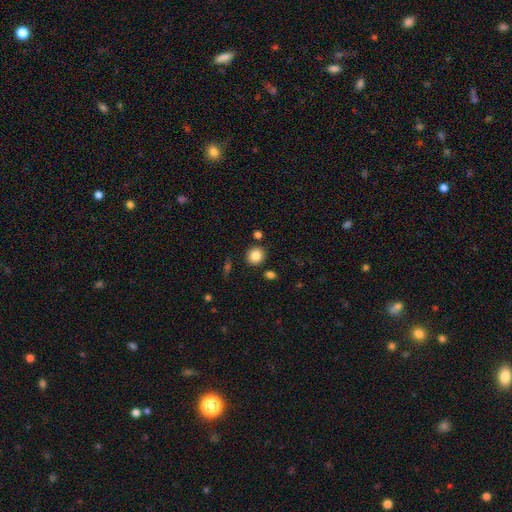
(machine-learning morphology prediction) This appears to be a smooth galaxy with no disk features (85%) that is round (86%). Merging: none (86%).